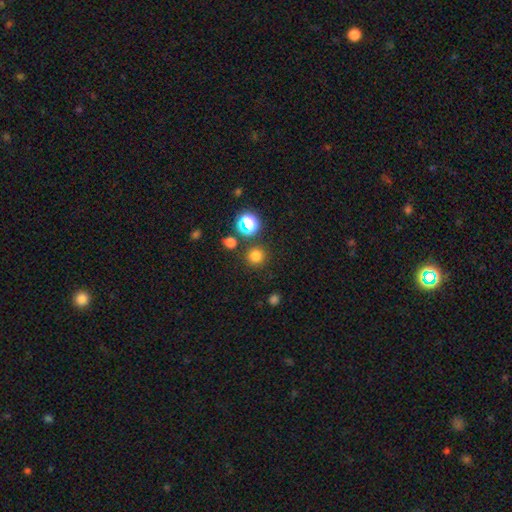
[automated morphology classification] The model was most divided on "smooth or featured": smooth: 75%, star or artifact: 20%, featured or disk: 5%. More confident: how rounded — round (94%); merging — none (86%).